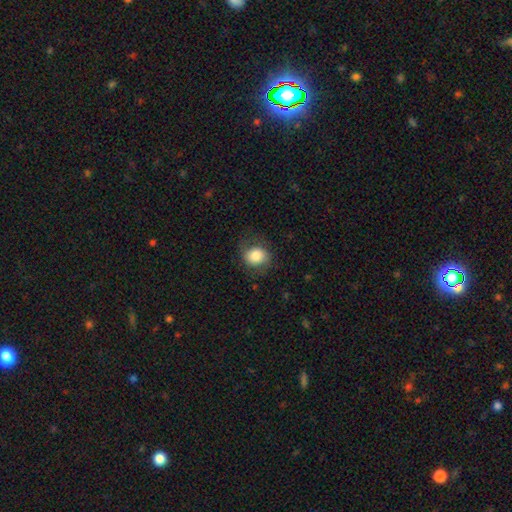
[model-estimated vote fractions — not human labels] This appears to be a smooth galaxy with no disk features (80%) that is round (67%). Merging: none (72%).